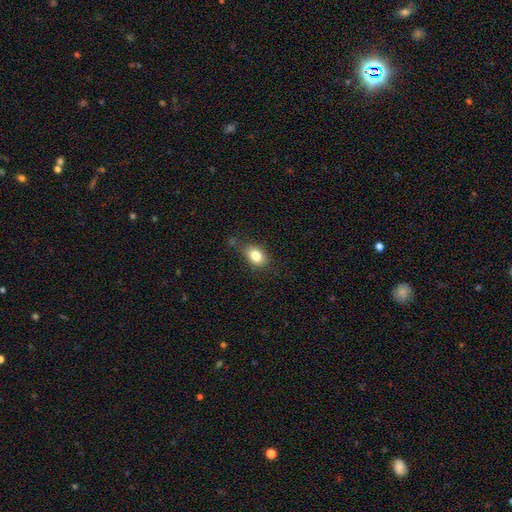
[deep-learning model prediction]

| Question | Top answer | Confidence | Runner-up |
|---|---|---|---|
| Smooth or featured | smooth | 82% | star or artifact (9%) |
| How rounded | in between | 75% | round (23%) |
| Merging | none | 74% | minor disturbance (18%) |